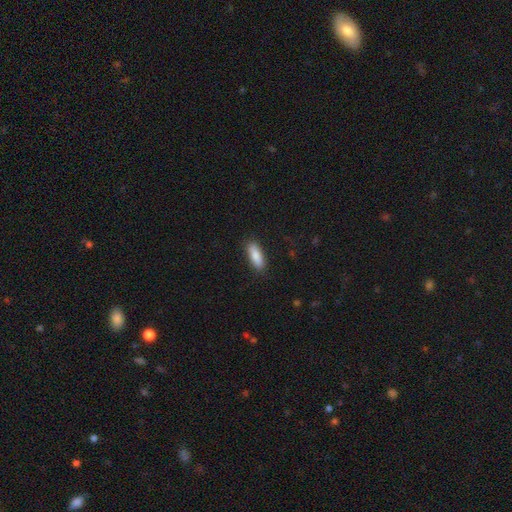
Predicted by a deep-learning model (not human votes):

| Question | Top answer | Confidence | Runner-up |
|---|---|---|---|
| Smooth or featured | smooth | 86% | featured or disk (8%) |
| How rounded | in between | 62% | cigar-shaped (36%) |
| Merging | none | 86% | minor disturbance (10%) |